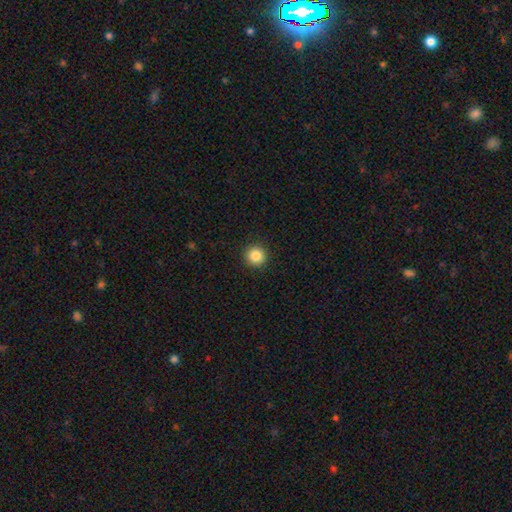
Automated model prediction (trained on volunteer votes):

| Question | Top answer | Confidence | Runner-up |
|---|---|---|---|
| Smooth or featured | smooth | 85% | star or artifact (10%) |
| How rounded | round | 95% | in between (4%) |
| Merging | none | 93% | minor disturbance (5%) |